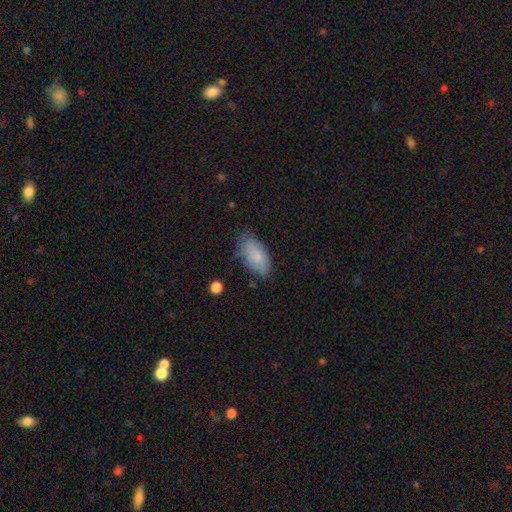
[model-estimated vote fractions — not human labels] A smooth galaxy with no disk features (81%) that is in between round and cigar-shaped (93%). Merging: none (69%).